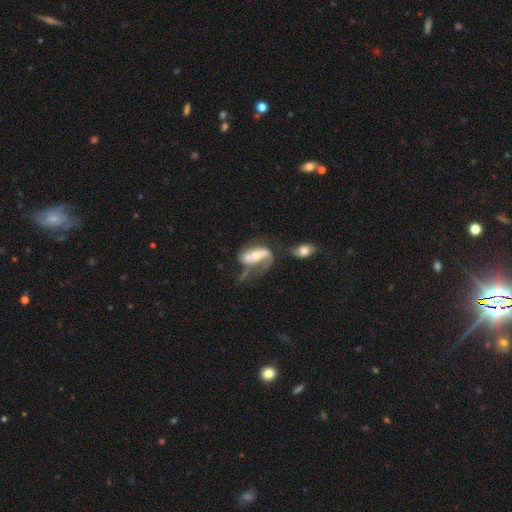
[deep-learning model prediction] Smooth or featured? featured or disk (67%)
Edge-on disk? no (90%)
Bar? strong (37%, tied with no)
Spiral arms? yes (75%)
Bulge size? moderate (52%)
Merging? major disturbance (33%)